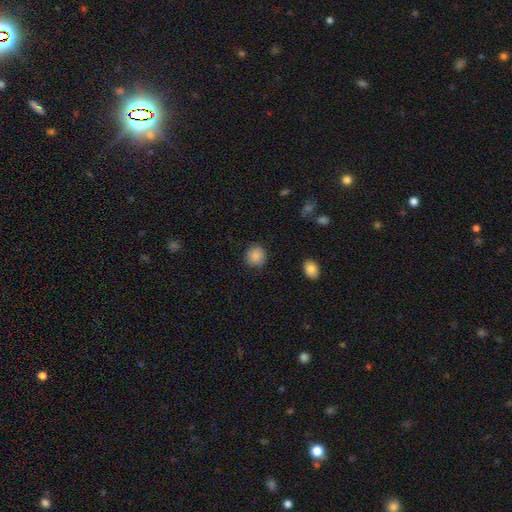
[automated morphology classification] Smooth or featured?
  - smooth: 87% *
  - star or artifact: 8%
  - featured or disk: 4%
How rounded?
  - round: 86% *
  - in between: 13%
  - cigar-shaped: 1%
Merging?
  - none: 83% *
  - minor disturbance: 12%
  - major disturbance: 3%
  - merger: 1%